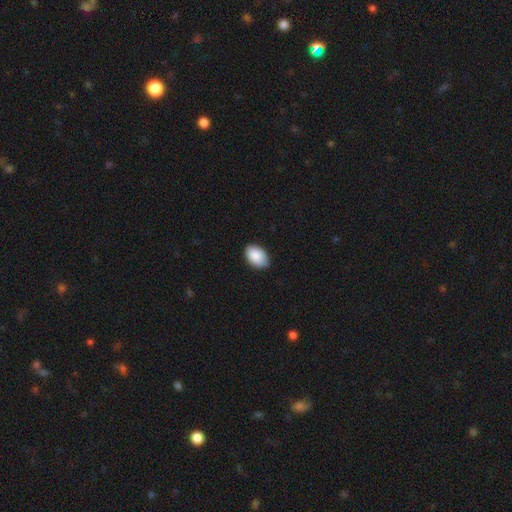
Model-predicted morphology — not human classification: Smooth or featured?
  - smooth: 90% *
  - star or artifact: 6%
  - featured or disk: 5%
How rounded?
  - in between: 91% *
  - round: 8%
  - cigar-shaped: 1%
Merging?
  - none: 85% *
  - minor disturbance: 13%
  - major disturbance: 2%
  - merger: 1%